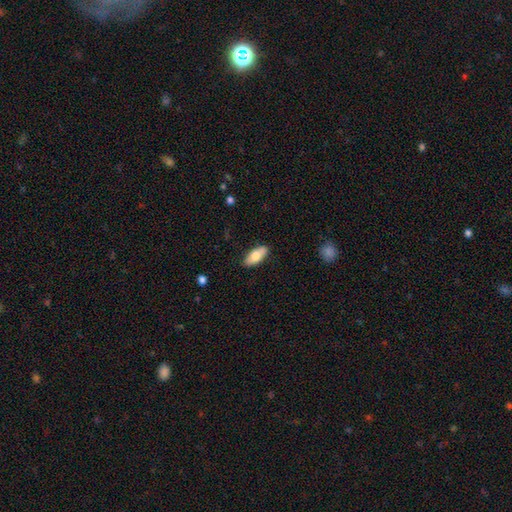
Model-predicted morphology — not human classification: smooth-or-featured: smooth: 72% | featured or disk: 22% | star or artifact: 6%
  how-rounded: in between: 84% | cigar-shaped: 14% | round: 2%
  merging: none: 85% | minor disturbance: 12% | major disturbance: 2% | merger: 2%